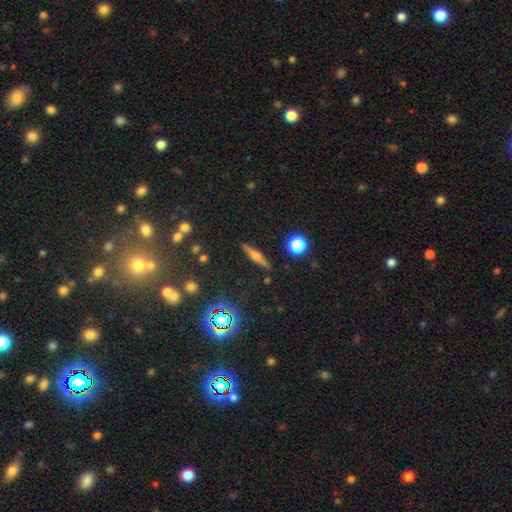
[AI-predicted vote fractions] smooth-or-featured: featured or disk: 62% | smooth: 28% | star or artifact: 11%
  disk-edge-on: yes: 96% | no: 4%
    edge-on-bulge: rounded: 88% | boxy: 7% | none: 6%
  merging: none: 89% | minor disturbance: 7% | major disturbance: 2% | merger: 2%